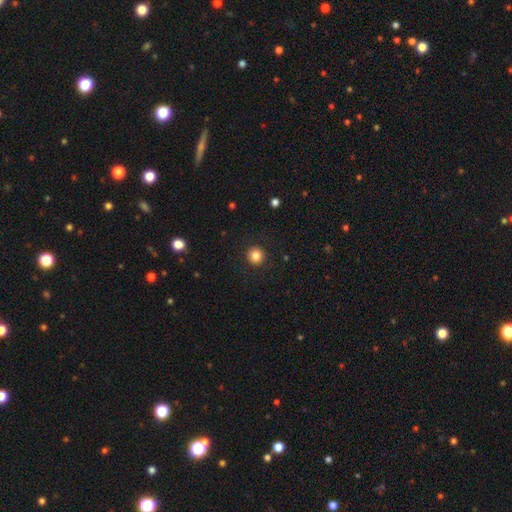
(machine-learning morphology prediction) Overall: smooth (84%). How rounded: round (94%). Merging: none (92%).